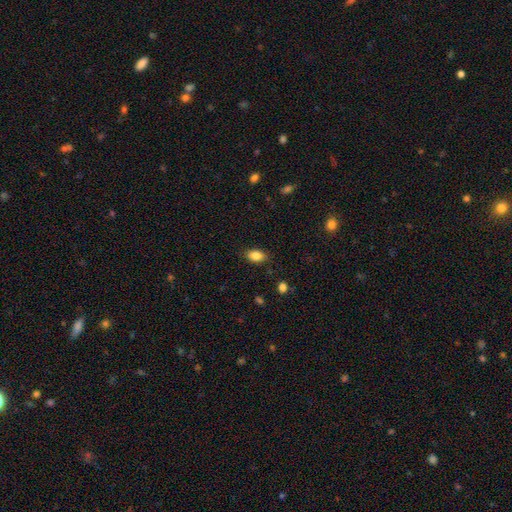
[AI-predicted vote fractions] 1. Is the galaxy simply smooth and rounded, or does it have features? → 86% smooth, 8% star or artifact, 6% featured or disk.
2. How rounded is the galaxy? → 89% in between, 9% round, 2% cigar-shaped.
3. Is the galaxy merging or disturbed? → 85% none, 11% minor disturbance, 3% major disturbance, 1% merger.